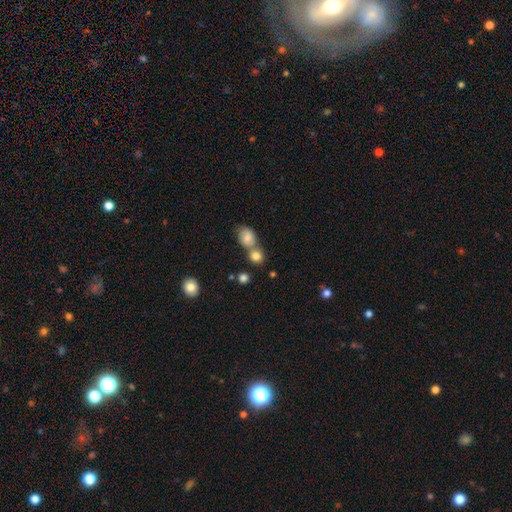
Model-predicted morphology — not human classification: The model was most divided on "merging": none: 46%, merger: 44%, minor disturbance: 7%, major disturbance: 3%. More confident: smooth or featured — smooth (81%); how rounded — round (77%).